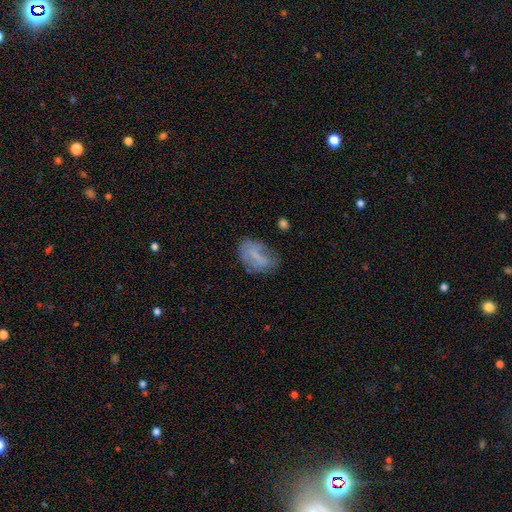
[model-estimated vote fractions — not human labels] Overall: smooth (62%; featured or disk 29%). How rounded: in between (86%). Merging: none (53%; minor disturbance 29%).